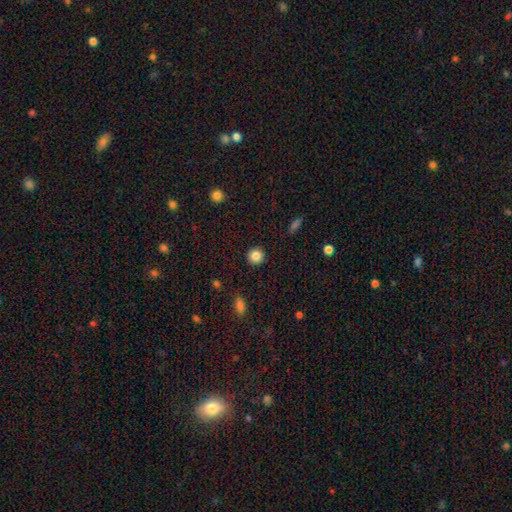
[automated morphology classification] Q: Smooth or featured?
A: smooth (85%); runner-up: star or artifact (10%)
Q: How rounded?
A: round (93%); runner-up: in between (6%)
Q: Merging?
A: none (92%); runner-up: minor disturbance (5%)